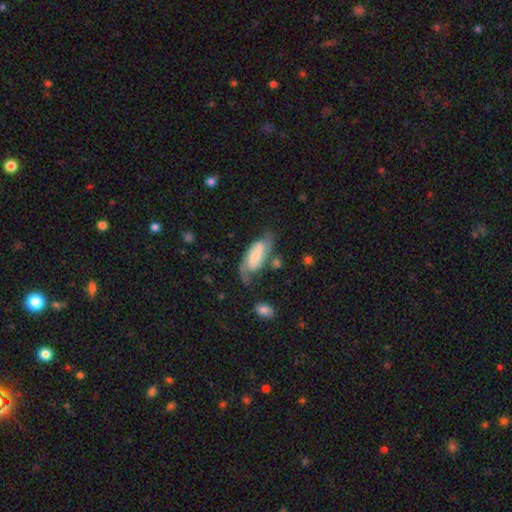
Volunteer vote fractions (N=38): This appears to be a featured or disk galaxy (68%) with a strong bar (48%), 2 (96%) medium (42%) spiral arms (96%) and a small central bulge (48%). Merging: none (63%).